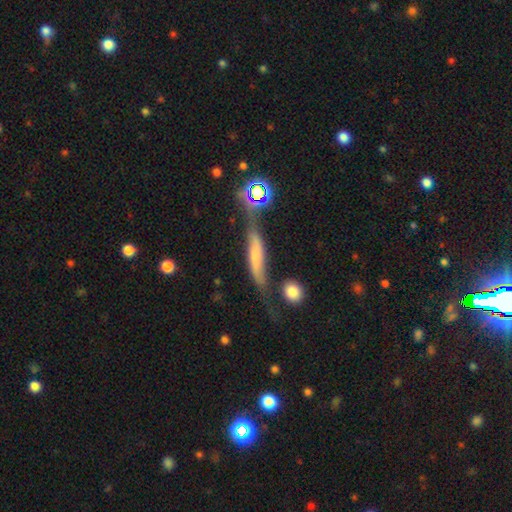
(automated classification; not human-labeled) A smooth galaxy with no disk features (45%).

Vote fractions:
- Smooth or featured? smooth: 45% / featured or disk: 43% / star or artifact: 12%
- Merging? none: 44% / minor disturbance: 27% / major disturbance: 17% / merger: 13%